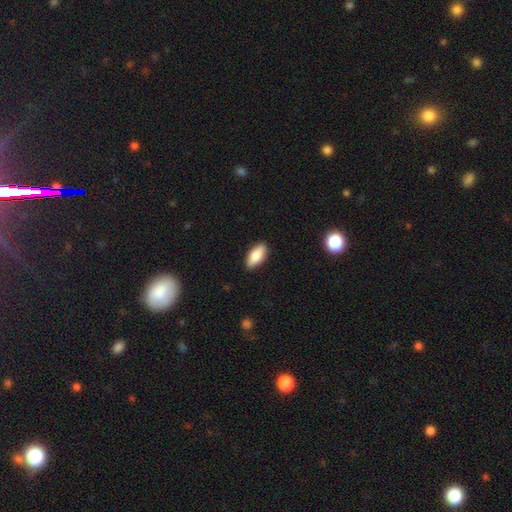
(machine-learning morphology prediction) Smooth or featured? Predicted: smooth (p=0.83). How rounded? Predicted: in between (p=0.86). Merging? Predicted: none (p=0.89).